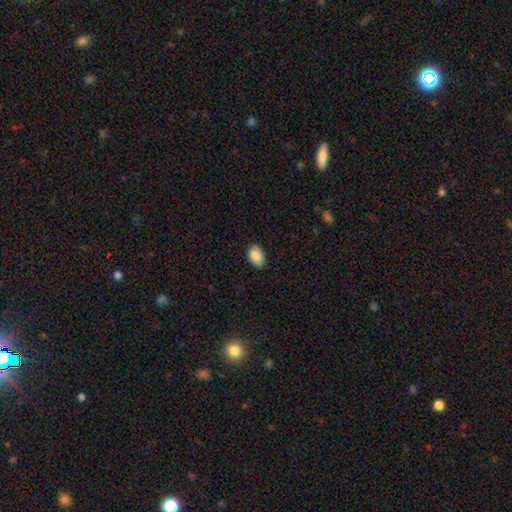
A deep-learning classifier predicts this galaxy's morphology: This is clearly a smooth galaxy (89%). How rounded: clearly in between (88%). Merging: clearly none (86%).